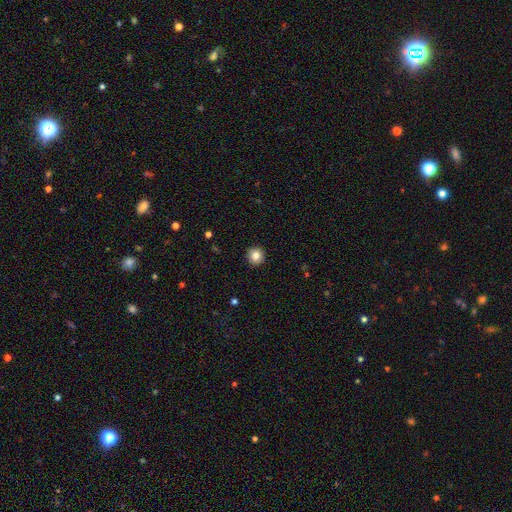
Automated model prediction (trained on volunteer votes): Overall: smooth (84%). How rounded: round (95%). Merging: none (93%).